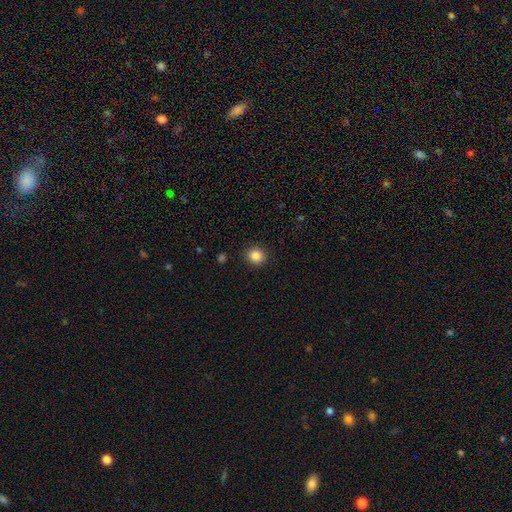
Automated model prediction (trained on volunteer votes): smooth_or_featured: smooth (p=0.86) [alt: star or artifact p=0.10]
how_rounded: round (p=0.89) [alt: in between p=0.10]
merging: none (p=0.91) [alt: minor disturbance p=0.06]